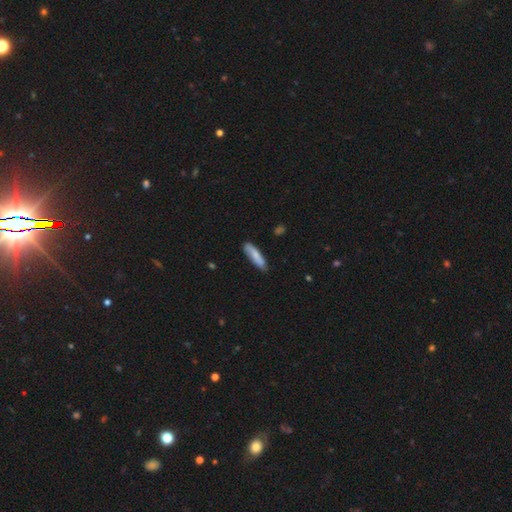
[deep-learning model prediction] A smooth galaxy with no disk features (76%) that is cigar-shaped (69%).

Vote fractions:
- Smooth or featured? smooth: 76% / featured or disk: 18% / star or artifact: 6%
- How rounded? cigar-shaped: 69% / in between: 29% / round: 2%
- Merging? none: 76% / minor disturbance: 19% / major disturbance: 3% / merger: 2%